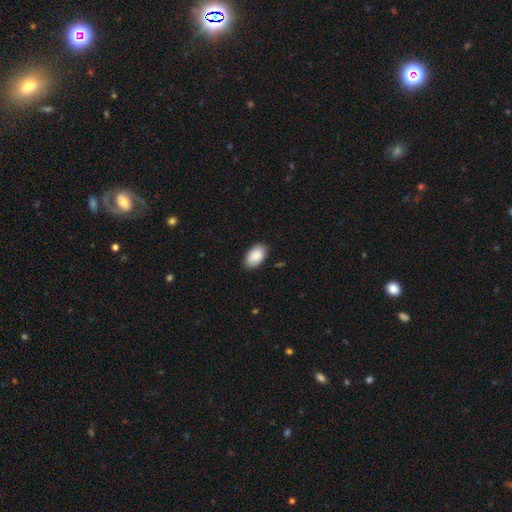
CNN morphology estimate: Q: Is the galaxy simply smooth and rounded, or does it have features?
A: smooth — 89%.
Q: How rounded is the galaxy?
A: in between — 94%.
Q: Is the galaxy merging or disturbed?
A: none — 85%.